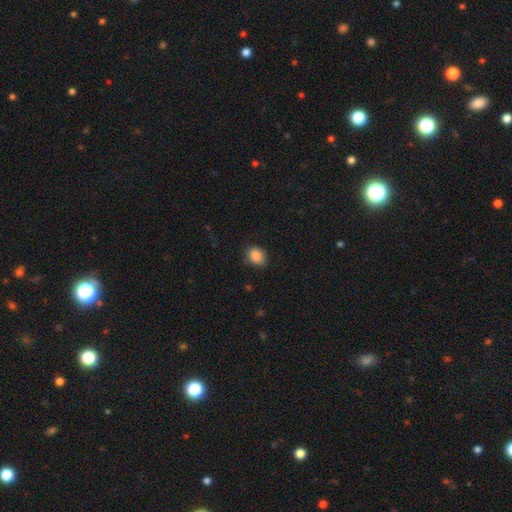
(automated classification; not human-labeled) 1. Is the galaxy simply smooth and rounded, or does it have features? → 87% smooth, 9% star or artifact, 4% featured or disk.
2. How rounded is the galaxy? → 55% in between, 44% round, 1% cigar-shaped.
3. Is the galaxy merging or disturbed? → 79% none, 17% minor disturbance, 3% major disturbance, 1% merger.